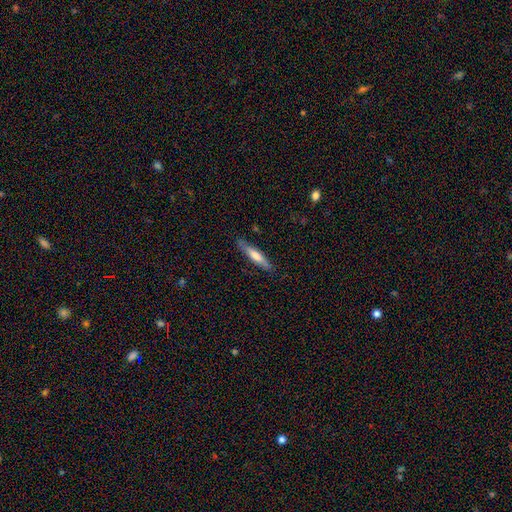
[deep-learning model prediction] Overall: smooth (55%; featured or disk 39%). How rounded: cigar-shaped (88%). Merging: none (85%).